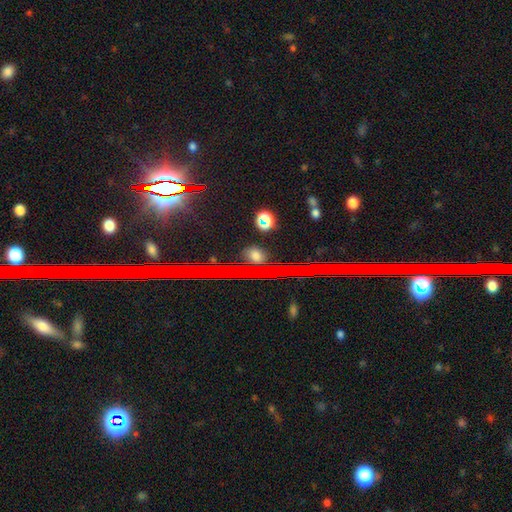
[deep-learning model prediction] Smooth or featured? star or artifact (54%)